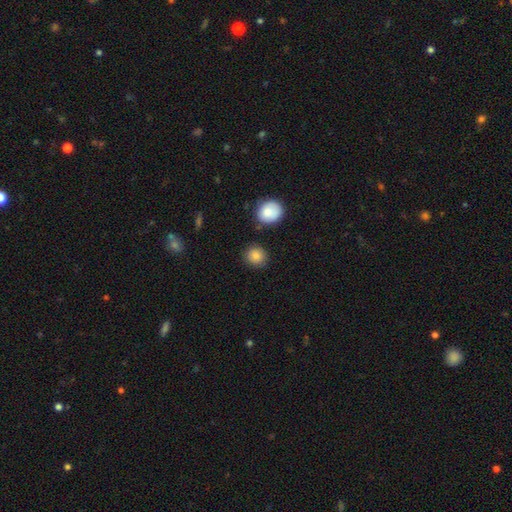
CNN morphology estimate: This appears to be a smooth galaxy with no disk features (85%) that is round (84%). Merging: none (84%).